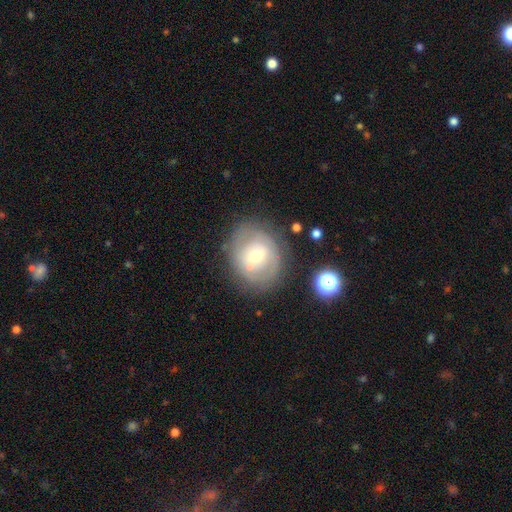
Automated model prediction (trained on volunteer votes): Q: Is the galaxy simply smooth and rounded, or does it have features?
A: featured or disk — 55%.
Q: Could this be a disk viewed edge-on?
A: no — 96%.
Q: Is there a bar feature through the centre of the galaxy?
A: no — 45%.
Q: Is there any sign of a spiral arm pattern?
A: no — 51%.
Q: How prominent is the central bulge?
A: moderate — 66%.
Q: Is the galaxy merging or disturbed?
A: none — 70%.